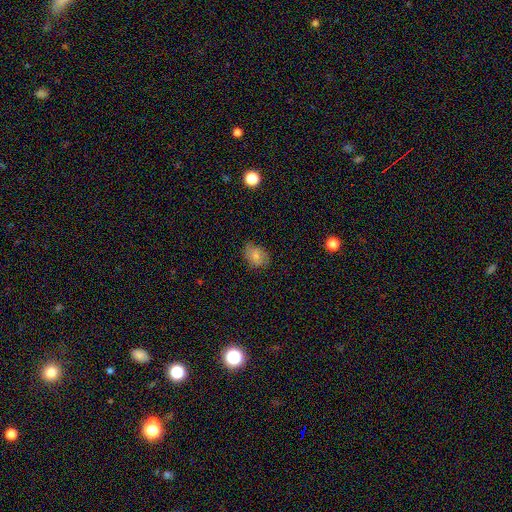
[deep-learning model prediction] smooth 70%, featured or disk 20%, star or artifact 9%. Down the decision tree: how rounded — in between (66%); merging — none (72%).